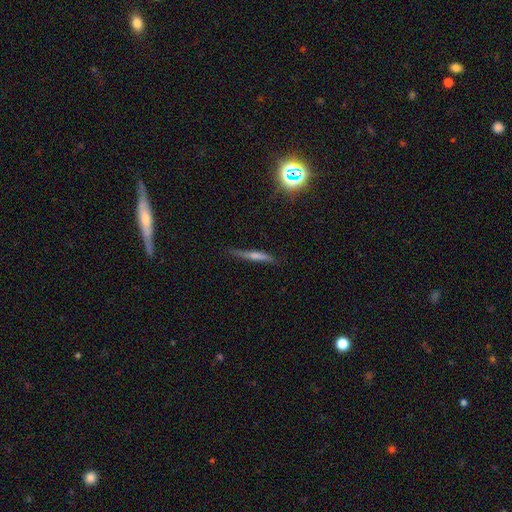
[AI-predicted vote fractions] Smooth or featured? featured or disk (55%)
Edge-on disk? yes (92%)
Edge-on bulge? rounded (58%)
Merging? none (82%)